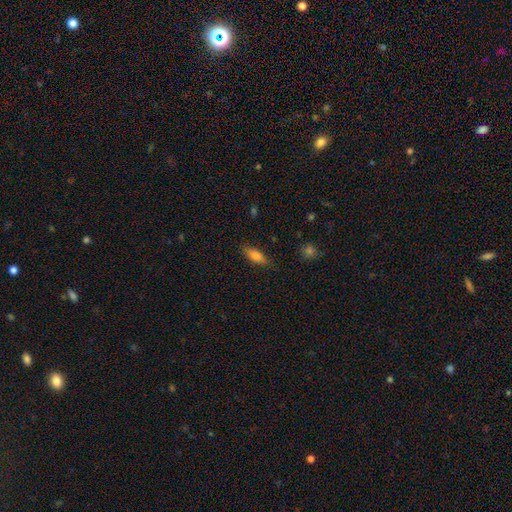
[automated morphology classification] Smooth or featured?
  - smooth: 76% *
  - featured or disk: 16%
  - star or artifact: 8%
How rounded?
  - in between: 65% *
  - cigar-shaped: 32%
  - round: 3%
Merging?
  - none: 81% *
  - minor disturbance: 14%
  - major disturbance: 3%
  - merger: 1%